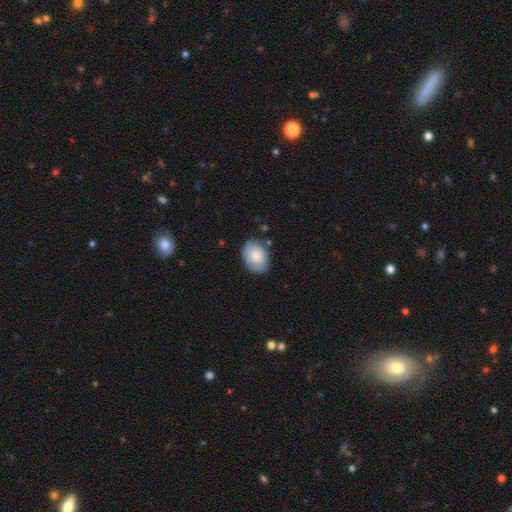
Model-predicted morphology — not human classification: Overall: smooth (83%). How rounded: in between (80%). Merging: none (80%).